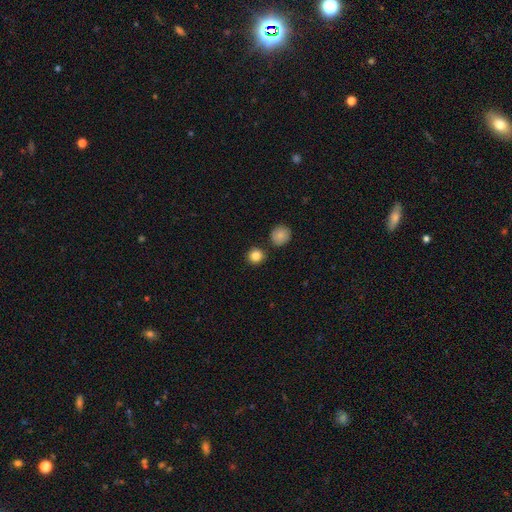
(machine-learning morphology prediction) Smooth or featured?
  - smooth: 84% *
  - star or artifact: 11%
  - featured or disk: 5%
How rounded?
  - round: 93% *
  - in between: 6%
  - cigar-shaped: 1%
Merging?
  - none: 85% *
  - minor disturbance: 7%
  - merger: 6%
  - major disturbance: 2%